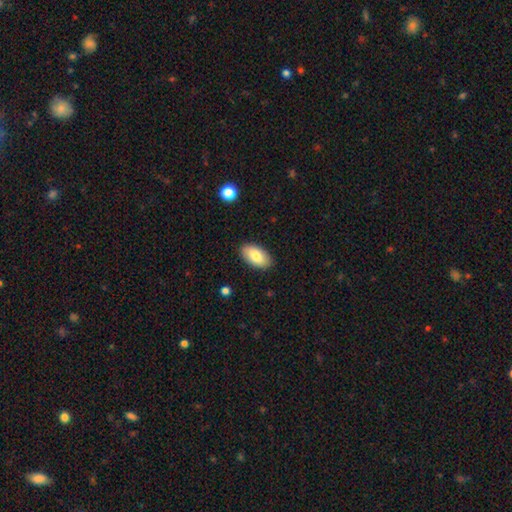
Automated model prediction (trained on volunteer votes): The model was most divided on "smooth or featured": smooth: 82%, featured or disk: 12%, star or artifact: 6%. More confident: how rounded — in between (95%); merging — none (88%).